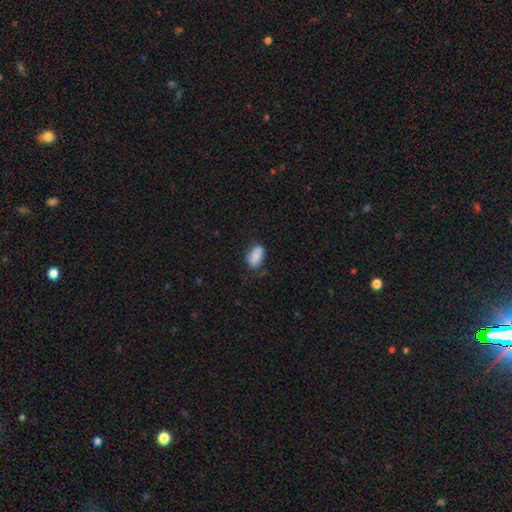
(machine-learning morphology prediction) Smooth or featured: smooth — 83% (featured or disk — 9%)
How rounded: in between — 90% (round — 6%)
Merging: none — 63% (minor disturbance — 27%)